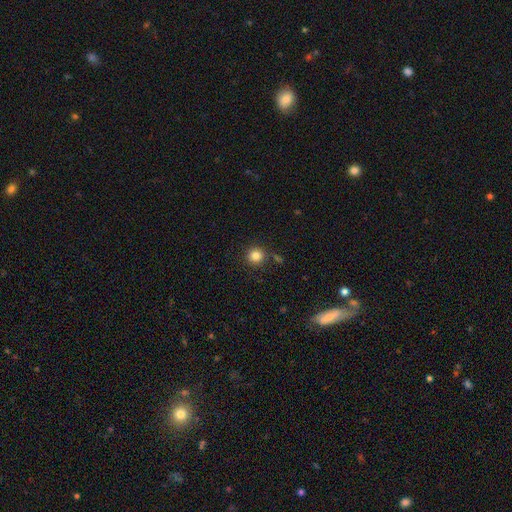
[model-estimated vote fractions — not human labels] Q: Smooth or featured?
A: smooth (83%); runner-up: star or artifact (12%)
Q: How rounded?
A: round (93%); runner-up: in between (6%)
Q: Merging?
A: none (84%); runner-up: minor disturbance (8%)